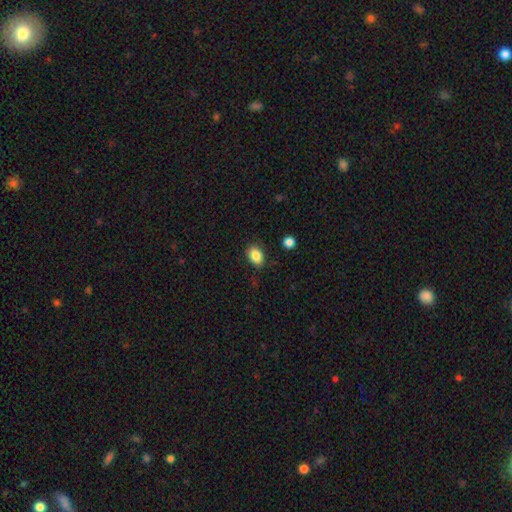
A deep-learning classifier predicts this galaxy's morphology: A smooth galaxy with no disk features (86%) that is in between round and cigar-shaped (79%).

Vote fractions:
- Smooth or featured? smooth: 86% / star or artifact: 9% / featured or disk: 6%
- How rounded? in between: 79% / round: 20% / cigar-shaped: 1%
- Merging? none: 83% / minor disturbance: 12% / major disturbance: 3% / merger: 2%